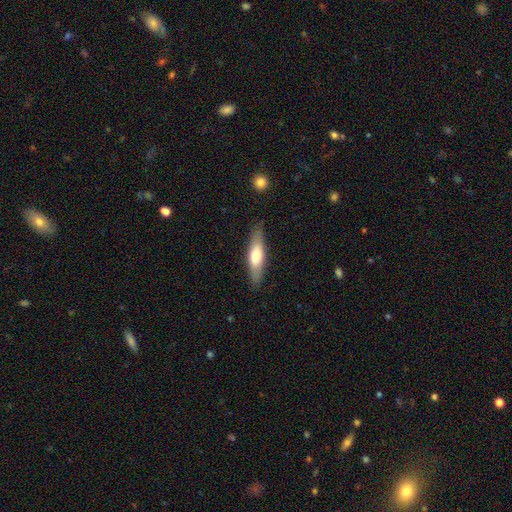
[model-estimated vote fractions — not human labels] smooth 61%, featured or disk 33%, star or artifact 5%. Down the decision tree: how rounded — cigar-shaped (68%); merging — none (85%).